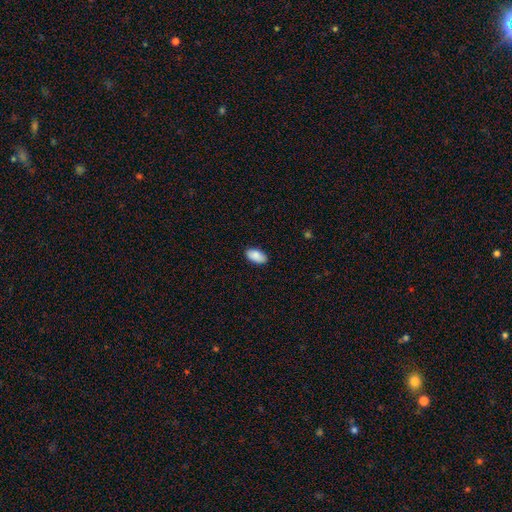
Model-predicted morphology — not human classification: This is clearly a smooth galaxy (88%). How rounded: clearly in between (95%). Merging: clearly none (87%).